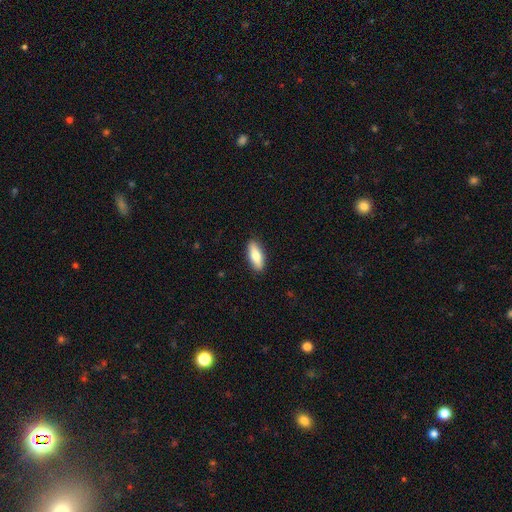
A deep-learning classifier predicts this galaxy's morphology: smooth-or-featured: smooth: 77% | featured or disk: 17% | star or artifact: 6%
  how-rounded: in between: 71% | cigar-shaped: 27% | round: 2%
  merging: none: 89% | minor disturbance: 9% | major disturbance: 2% | merger: 1%